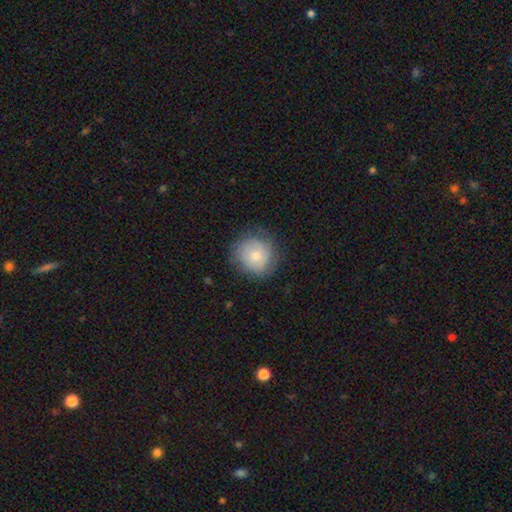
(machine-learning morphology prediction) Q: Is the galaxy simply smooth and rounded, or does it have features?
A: smooth — 70%.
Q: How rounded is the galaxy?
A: round — 91%.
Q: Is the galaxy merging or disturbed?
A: none — 73%.